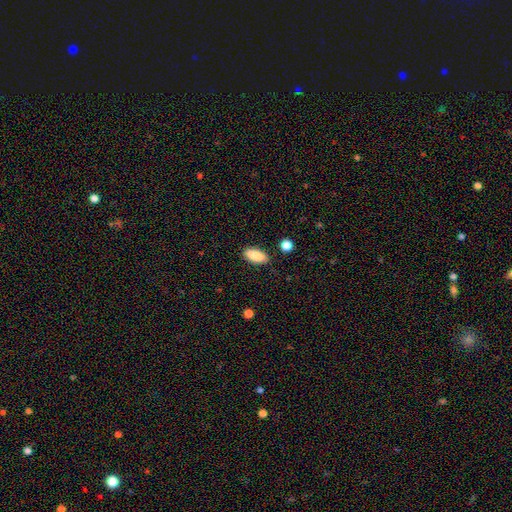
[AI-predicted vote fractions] smooth 86%, featured or disk 7%, star or artifact 7%. Down the decision tree: how rounded — in between (83%); merging — none (85%).